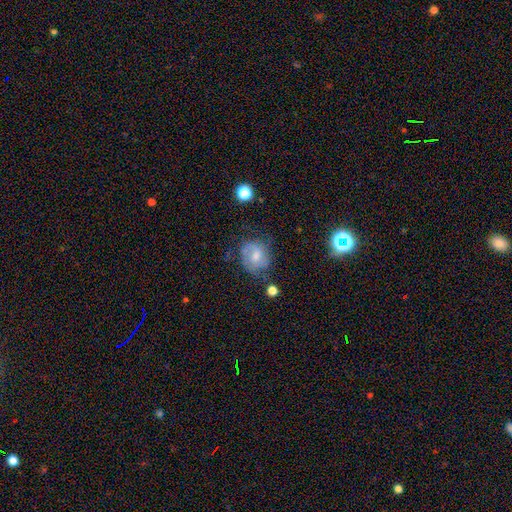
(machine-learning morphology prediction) A featured or disk galaxy (50%).

Vote fractions:
- Smooth or featured? featured or disk: 50% / smooth: 41% / star or artifact: 9%
- Merging? none: 61% / minor disturbance: 25% / major disturbance: 11% / merger: 3%